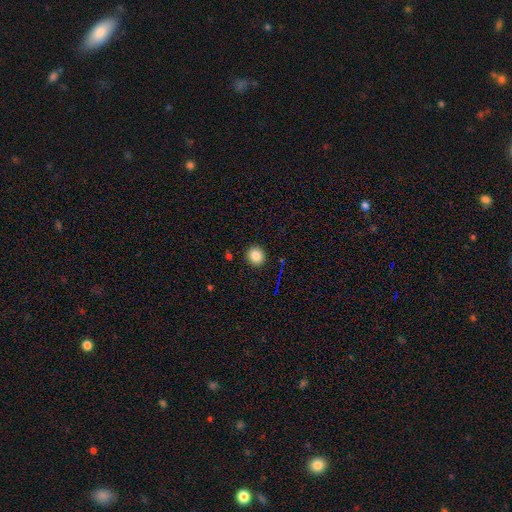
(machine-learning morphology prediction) This appears to be a smooth galaxy with no disk features (83%) that is round (87%). Merging: none (91%).